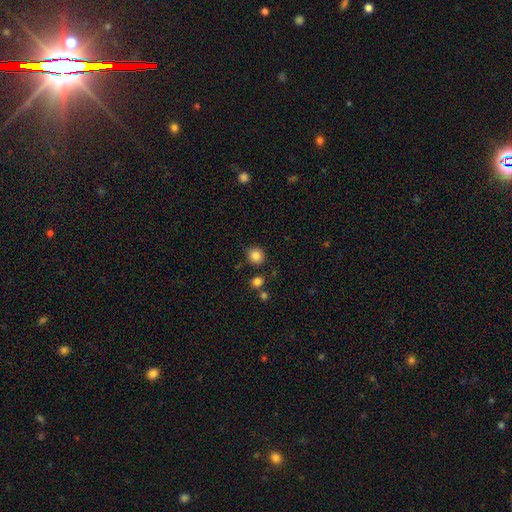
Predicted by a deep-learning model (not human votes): This appears to be a smooth galaxy with no disk features (84%) that is round (91%). Merging: none (84%).